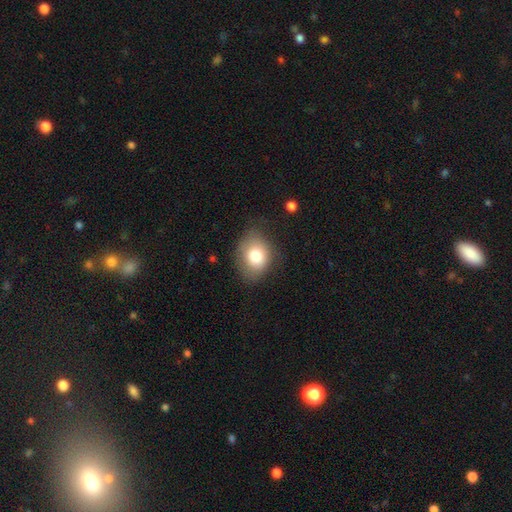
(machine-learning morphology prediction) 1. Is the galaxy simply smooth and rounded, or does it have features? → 79% smooth, 13% featured or disk, 9% star or artifact.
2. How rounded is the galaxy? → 60% in between, 39% round, 1% cigar-shaped.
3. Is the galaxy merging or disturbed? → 69% none, 23% minor disturbance, 7% major disturbance, 2% merger.